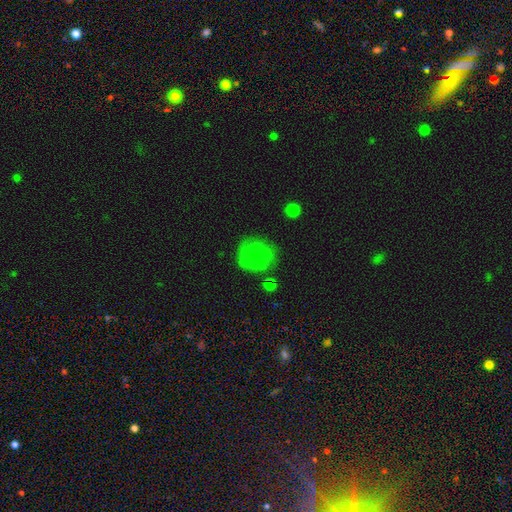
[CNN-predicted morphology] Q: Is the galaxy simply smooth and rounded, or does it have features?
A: smooth — 68%.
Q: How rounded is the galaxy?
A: round — 83%.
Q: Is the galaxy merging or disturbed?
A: none — 67%.